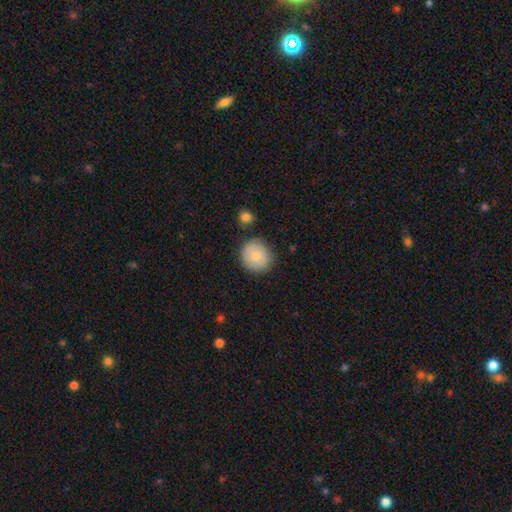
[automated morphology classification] Smooth or featured? smooth (81%)
How rounded? round (85%)
Merging? none (79%)